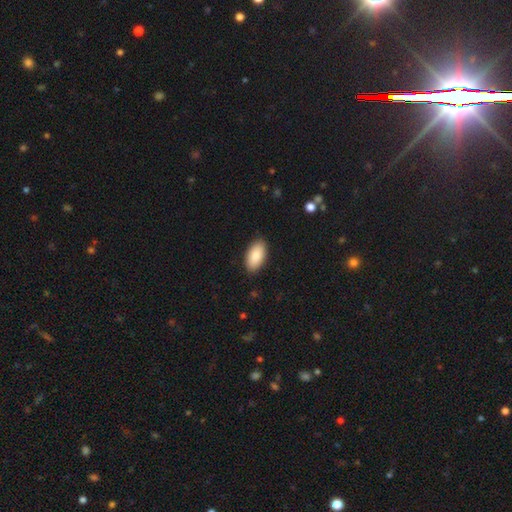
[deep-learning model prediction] Overall: smooth (89%). How rounded: in between (95%). Merging: none (88%).